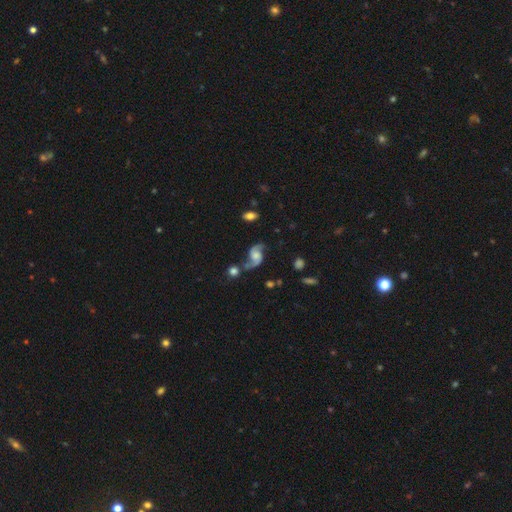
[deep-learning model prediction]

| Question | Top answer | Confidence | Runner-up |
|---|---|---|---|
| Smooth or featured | featured or disk | 86% | smooth (8%) |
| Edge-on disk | no | 97% | yes (3%) |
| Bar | no | 60% | weak (33%) |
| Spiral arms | yes | 97% | no (3%) |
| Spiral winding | loose | 61% | medium (32%) |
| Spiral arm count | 2 | 93% | can't tell (2%) |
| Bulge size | moderate | 38% | small (24%) |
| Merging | none | 63% | minor disturbance (17%) |